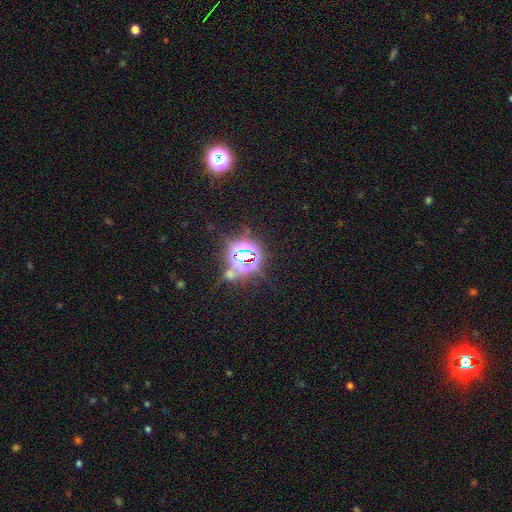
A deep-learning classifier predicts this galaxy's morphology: Smooth or featured?
  - star or artifact: 80% *
  - smooth: 13%
  - featured or disk: 7%